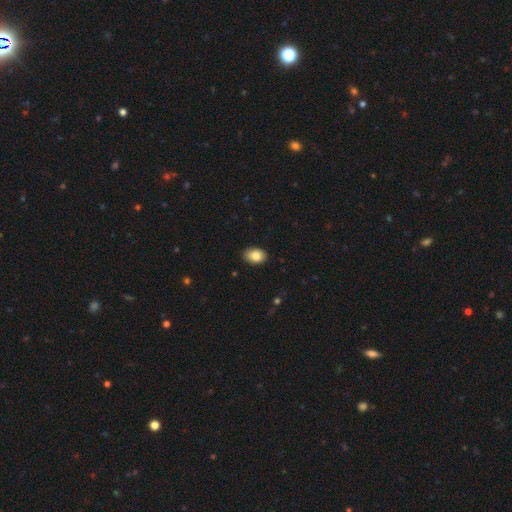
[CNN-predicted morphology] A smooth galaxy with no disk features (85%) that is in between round and cigar-shaped (85%).

Vote fractions:
- Smooth or featured? smooth: 85% / star or artifact: 8% / featured or disk: 7%
- How rounded? in between: 85% / round: 14% / cigar-shaped: 1%
- Merging? none: 86% / minor disturbance: 11% / major disturbance: 2% / merger: 1%